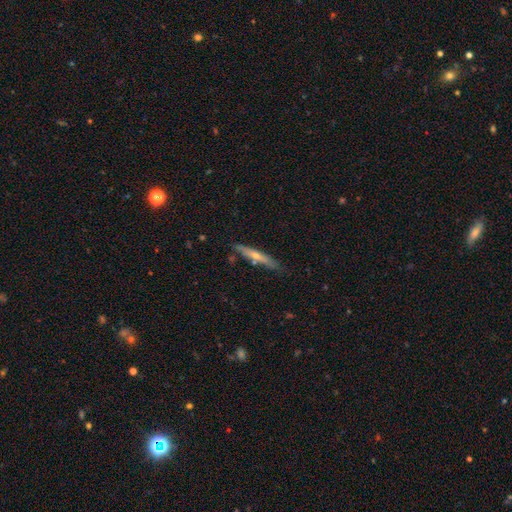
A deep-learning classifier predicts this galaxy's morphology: This appears to be a featured or disk galaxy (59%) viewed edge-on (93%) with a rounded central bulge (74%). Merging: none (82%).